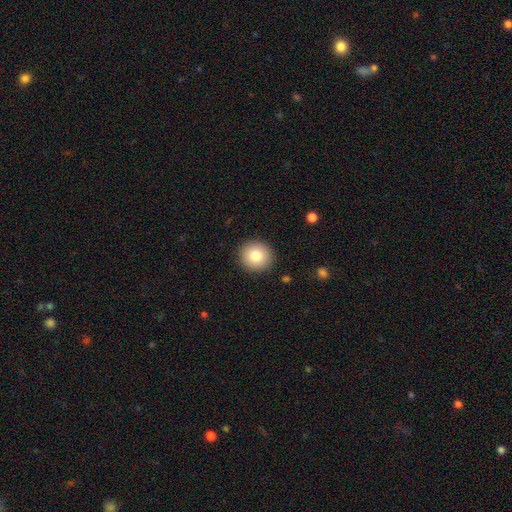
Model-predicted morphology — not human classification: The model was most divided on "smooth or featured": smooth: 81%, featured or disk: 10%, star or artifact: 9%. More confident: how rounded — round (93%); merging — none (91%).